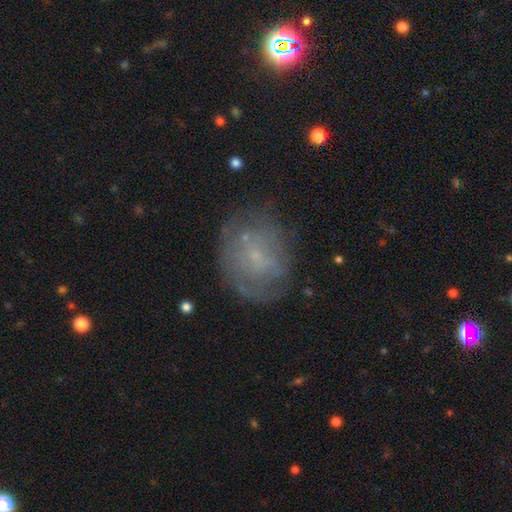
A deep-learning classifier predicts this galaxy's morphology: Overall: featured or disk (48%; smooth 38%). Merging: none (63%).